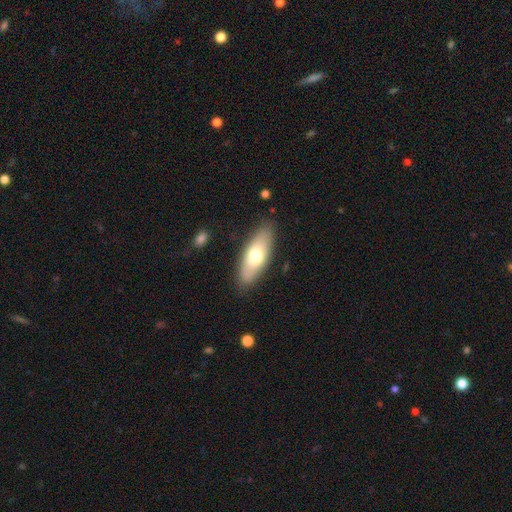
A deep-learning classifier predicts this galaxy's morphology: This appears to be a smooth galaxy with no disk features (65%) that is in between round and cigar-shaped (70%). Merging: none (83%).